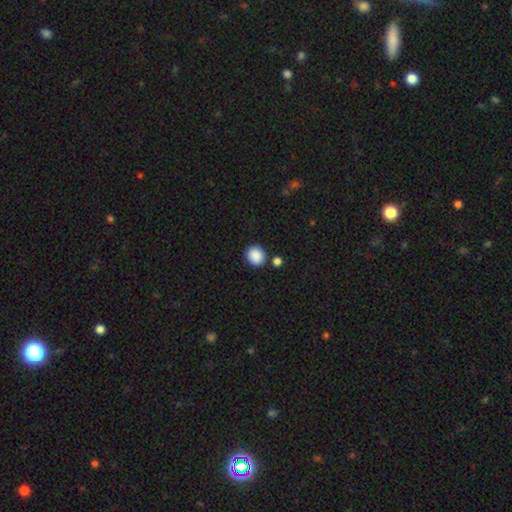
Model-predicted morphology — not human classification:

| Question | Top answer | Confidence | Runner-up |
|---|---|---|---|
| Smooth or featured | smooth | 88% | star or artifact (8%) |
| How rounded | round | 86% | in between (13%) |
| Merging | none | 83% | minor disturbance (8%) |